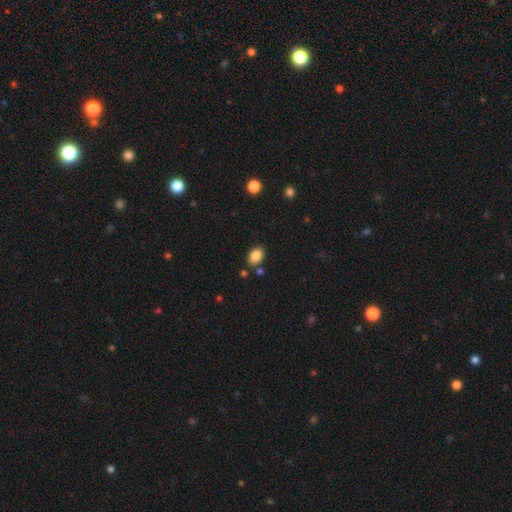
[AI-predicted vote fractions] smooth 86%, star or artifact 9%, featured or disk 5%. Down the decision tree: how rounded — in between (76%); merging — none (80%).